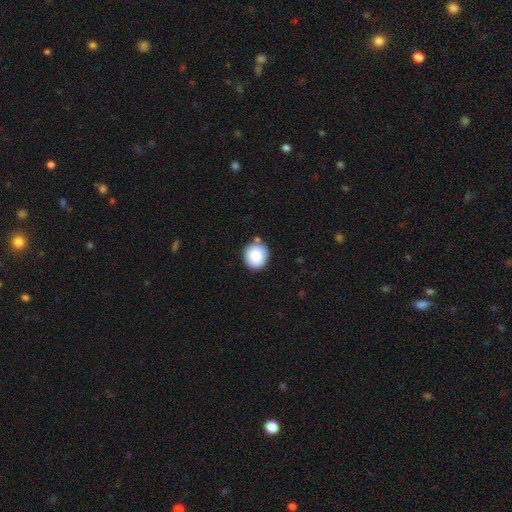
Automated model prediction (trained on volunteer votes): smooth-or-featured: smooth: 82% | featured or disk: 10% | star or artifact: 8%
  how-rounded: round: 91% | in between: 9% | cigar-shaped: 1%
  merging: none: 81% | minor disturbance: 10% | merger: 6% | major disturbance: 2%